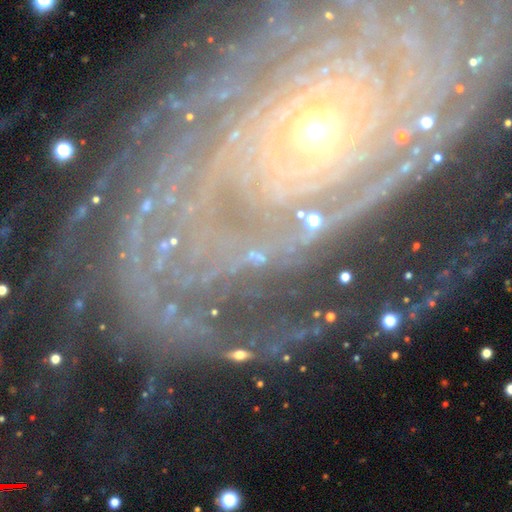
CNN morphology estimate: smooth_or_featured: star or artifact (p=0.48) [alt: featured or disk p=0.37]